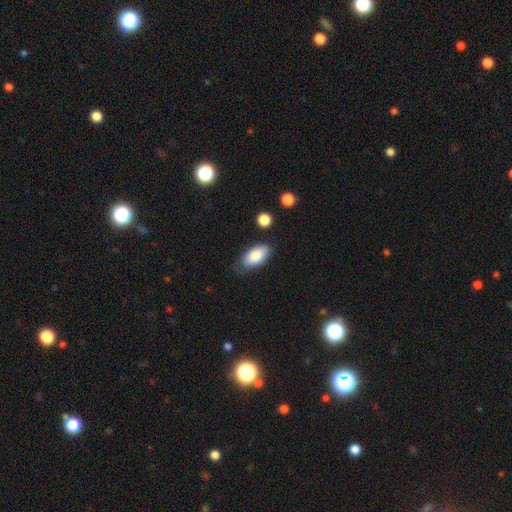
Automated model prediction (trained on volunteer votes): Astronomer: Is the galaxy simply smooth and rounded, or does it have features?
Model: smooth — 85%.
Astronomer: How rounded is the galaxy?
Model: in between — 93%.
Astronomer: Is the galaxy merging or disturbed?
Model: none — 70%.